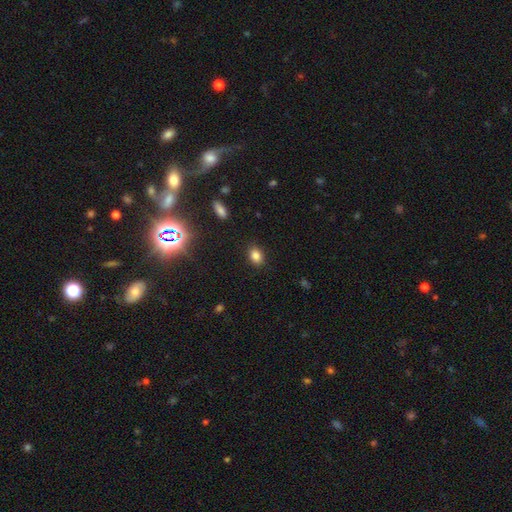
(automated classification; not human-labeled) This is clearly a smooth galaxy (83%). How rounded: likely in between (66%). Merging: clearly none (87%).